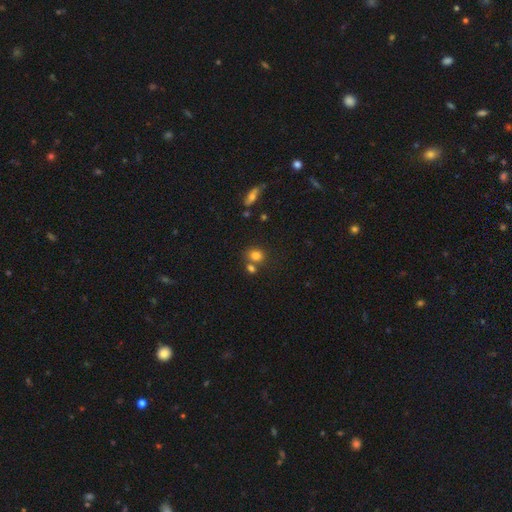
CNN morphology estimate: This appears to be a smooth galaxy with no disk features (79%) that is round (61%). Merging: none (57%).